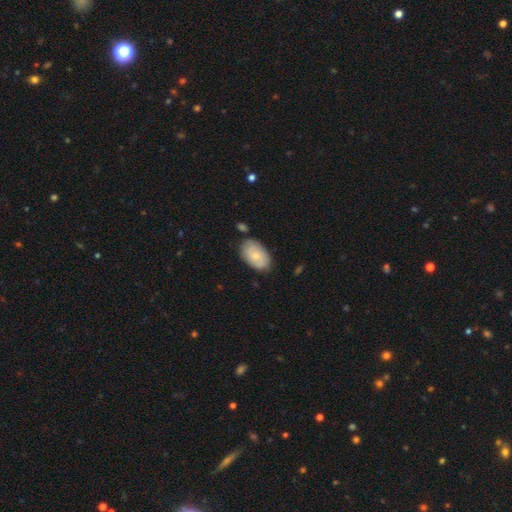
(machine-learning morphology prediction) type=smooth (66%); roundness=in between (93%); merging=none (76%).